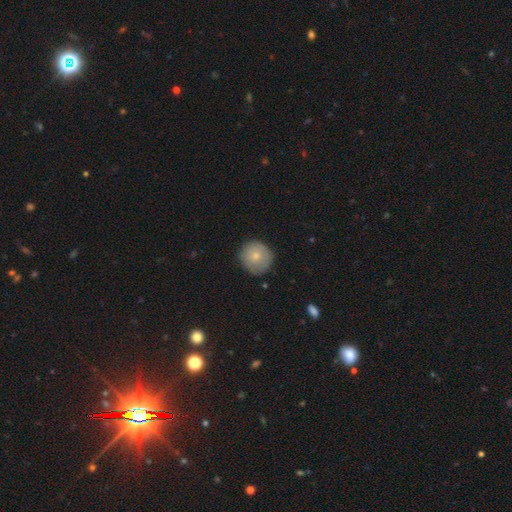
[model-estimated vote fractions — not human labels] Q: Smooth or featured?
A: smooth (77%); runner-up: featured or disk (16%)
Q: How rounded?
A: round (93%); runner-up: in between (6%)
Q: Merging?
A: none (83%); runner-up: minor disturbance (13%)